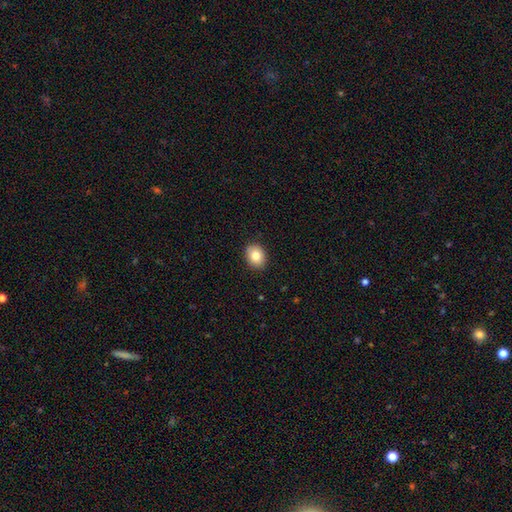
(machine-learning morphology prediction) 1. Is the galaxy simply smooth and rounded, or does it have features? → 82% smooth, 9% featured or disk, 9% star or artifact.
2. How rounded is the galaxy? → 58% in between, 42% round, 1% cigar-shaped.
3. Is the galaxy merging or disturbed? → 90% none, 8% minor disturbance, 2% major disturbance, 1% merger.